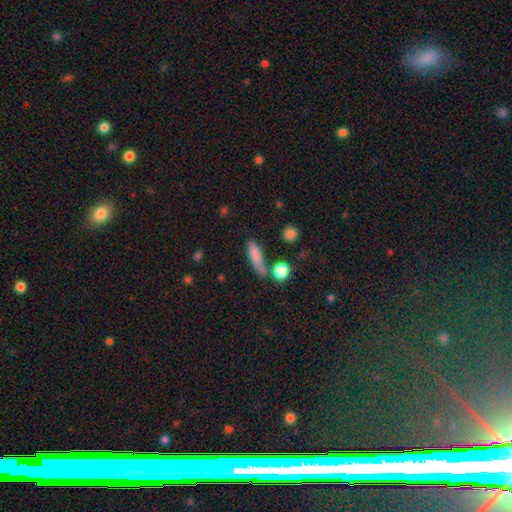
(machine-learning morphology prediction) Overall: smooth (78%). How rounded: cigar-shaped (62%; in between 32%). Merging: none (57%; minor disturbance 20%).